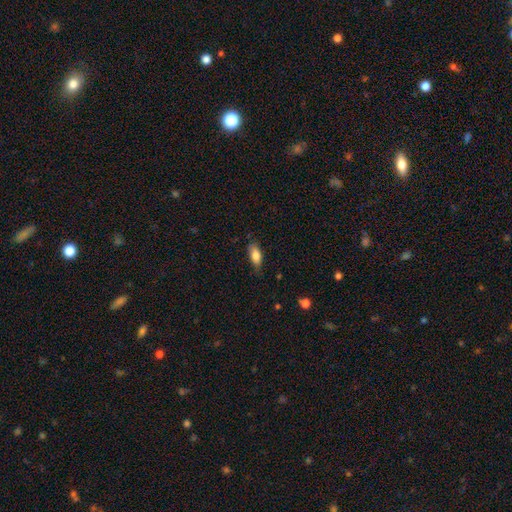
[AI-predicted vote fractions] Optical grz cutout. It shows a smooth galaxy with no disk features (81%) that is in between round and cigar-shaped (82%). Merging: none (77%).